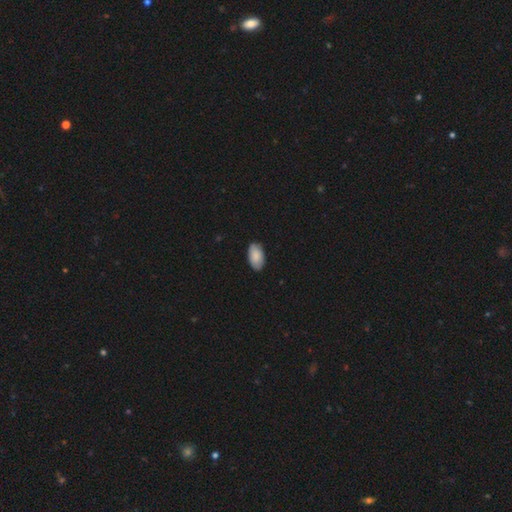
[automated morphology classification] This appears to be a smooth galaxy with no disk features (86%) that is in between round and cigar-shaped (95%). Merging: none (85%).